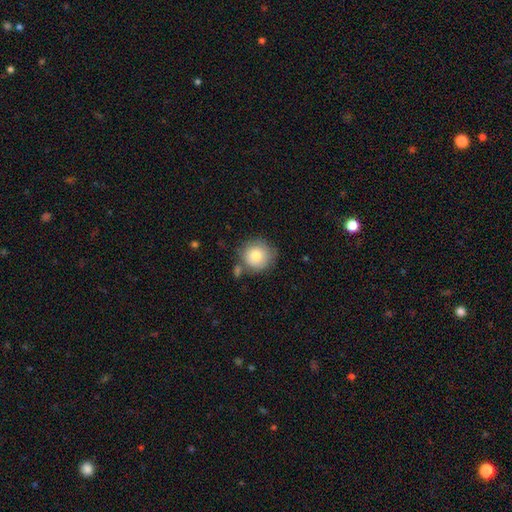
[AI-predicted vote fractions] Smooth or featured? smooth (81%)
How rounded? round (92%)
Merging? none (70%)